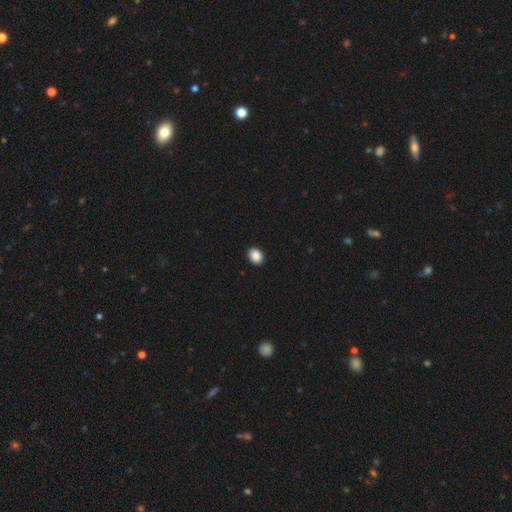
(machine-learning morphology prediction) Smooth or featured? smooth (89%)
How rounded? in between (61%)
Merging? none (91%)